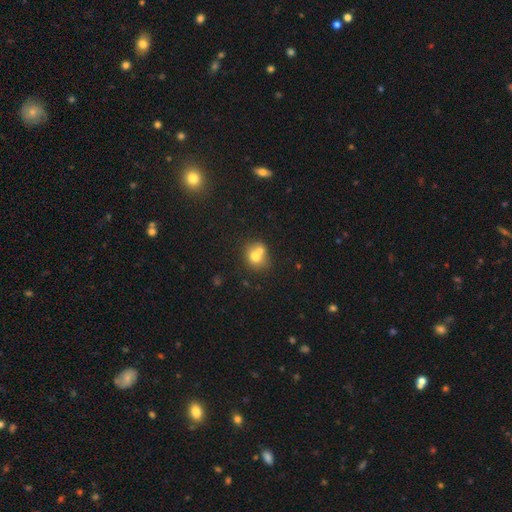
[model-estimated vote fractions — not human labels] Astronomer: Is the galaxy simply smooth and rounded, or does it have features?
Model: smooth — 67%.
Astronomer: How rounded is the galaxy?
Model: round — 74%.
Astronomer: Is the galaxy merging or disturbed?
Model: merger — 52% (runner-up: none, 36%).